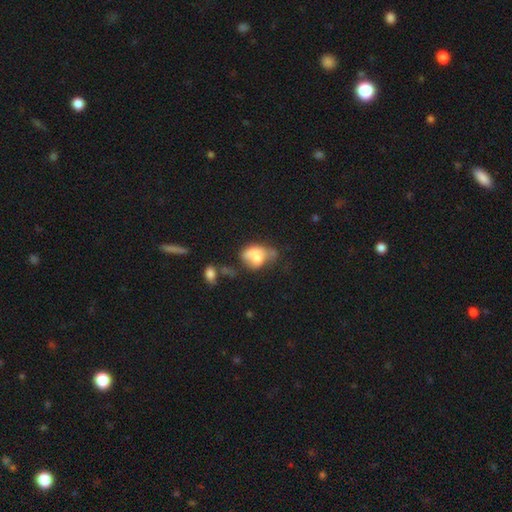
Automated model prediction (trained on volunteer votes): smooth 60%, featured or disk 30%, star or artifact 10%. Down the decision tree: how rounded — in between (70%); merging — minor disturbance (26%, tied with major disturbance).